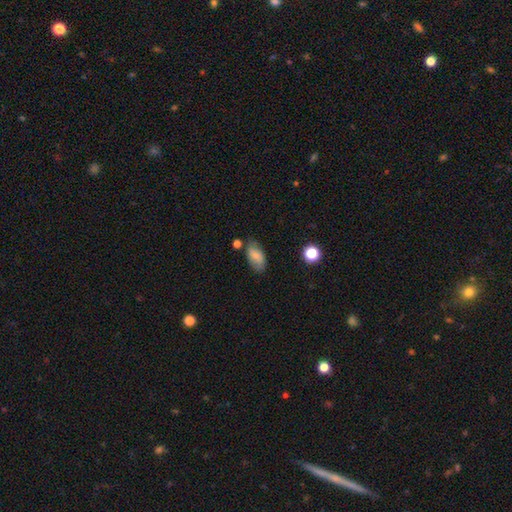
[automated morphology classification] This appears to be a smooth galaxy with no disk features (78%) that is in between round and cigar-shaped (92%). Merging: none (71%).